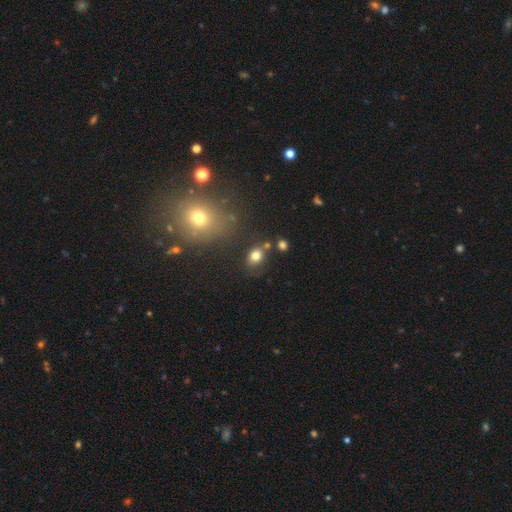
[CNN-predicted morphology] smooth-or-featured: smooth: 78% | star or artifact: 13% | featured or disk: 9%
  how-rounded: in between: 56% | round: 43% | cigar-shaped: 1%
  merging: none: 72% | minor disturbance: 14% | merger: 10% | major disturbance: 5%